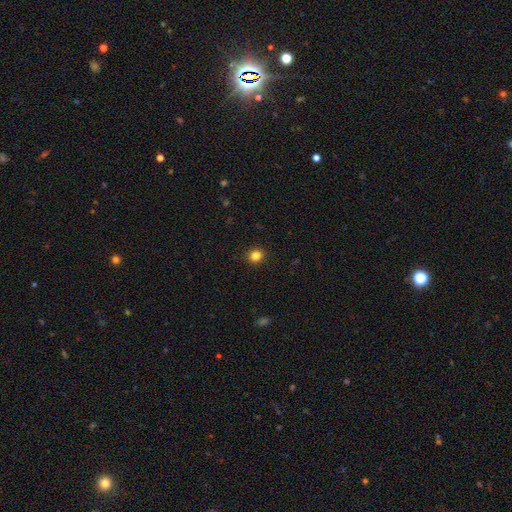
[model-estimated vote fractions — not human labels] This appears to be a smooth galaxy with no disk features (83%) that is round (88%). Merging: none (92%).